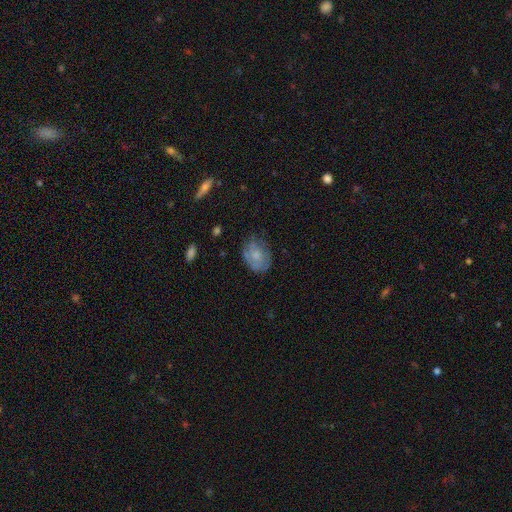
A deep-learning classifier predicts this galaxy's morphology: Smooth or featured?
  - smooth: 55% *
  - featured or disk: 37%
  - star or artifact: 8%
How rounded?
  - in between: 64% *
  - round: 35%
  - cigar-shaped: 1%
Merging?
  - none: 63% *
  - minor disturbance: 26%
  - major disturbance: 10%
  - merger: 2%